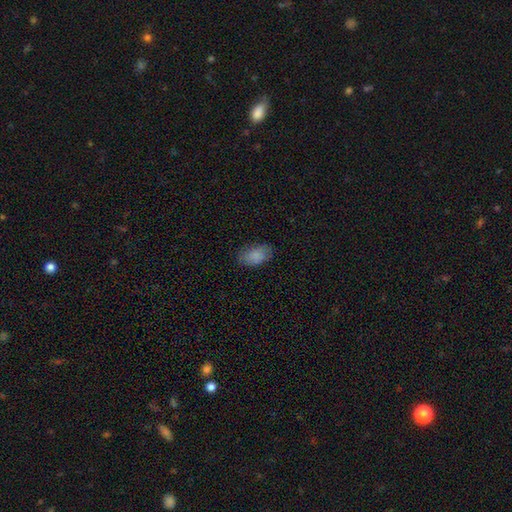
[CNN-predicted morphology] Smooth or featured? smooth (86%)
How rounded? in between (93%)
Merging? none (80%)